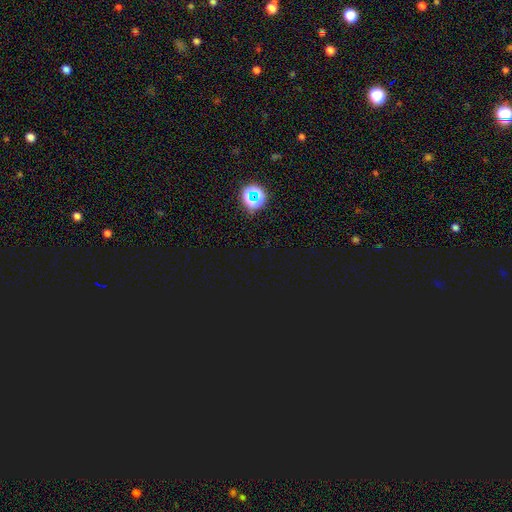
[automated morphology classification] This appears to be a star or artifact, not a galaxy (79%).